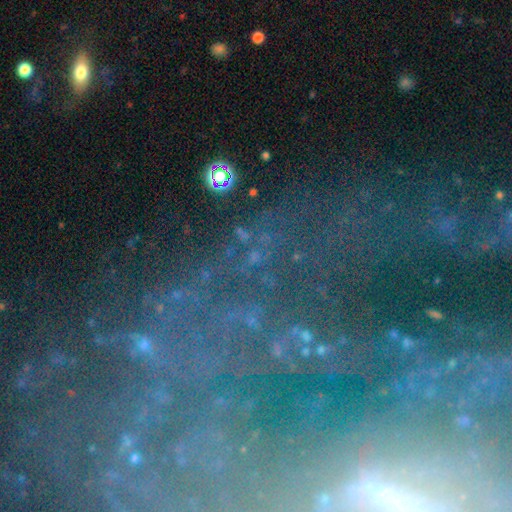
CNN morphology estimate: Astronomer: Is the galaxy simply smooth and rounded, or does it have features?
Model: star or artifact — 62%.